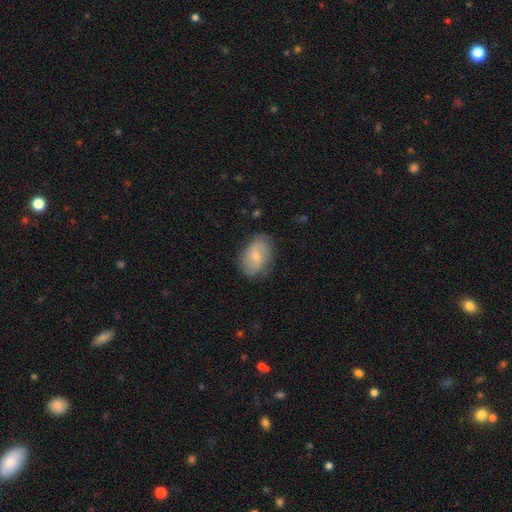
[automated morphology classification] Smooth or featured: smooth — 48% (featured or disk — 45%)
Merging: none — 73% (minor disturbance — 20%)